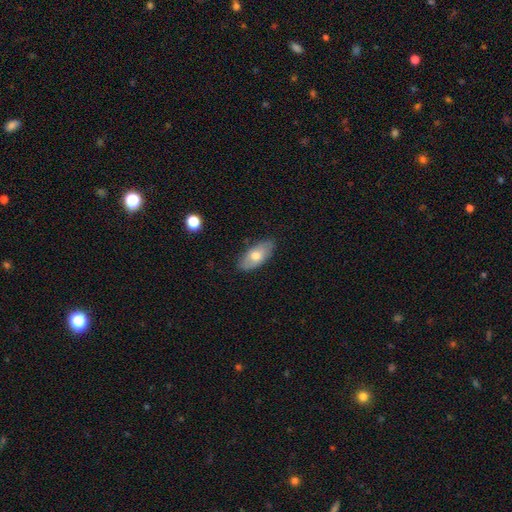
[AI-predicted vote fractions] Smooth or featured?
  - smooth: 66% *
  - featured or disk: 28%
  - star or artifact: 6%
How rounded?
  - in between: 90% *
  - cigar-shaped: 6%
  - round: 3%
Merging?
  - none: 84% *
  - minor disturbance: 13%
  - major disturbance: 2%
  - merger: 1%